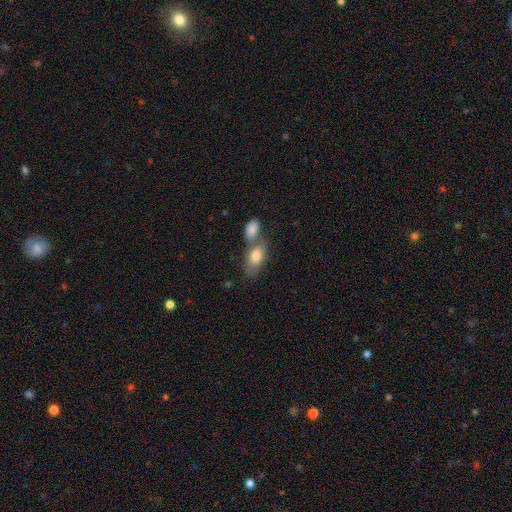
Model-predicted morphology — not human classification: Overall: smooth (78%). How rounded: in between (88%). Merging: merger (46%; none 38%).